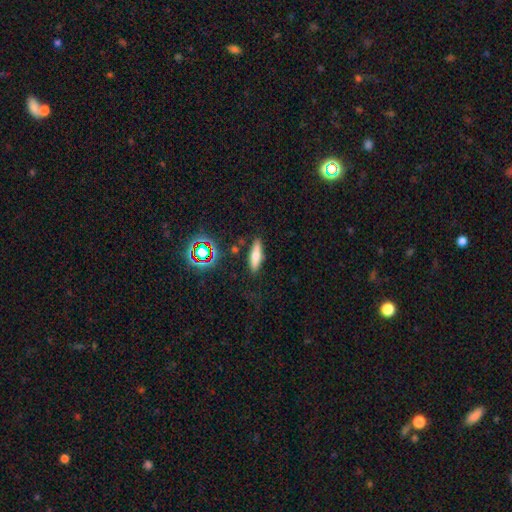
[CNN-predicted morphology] Overall: smooth (59%; featured or disk 29%). How rounded: cigar-shaped (61%; in between 35%). Merging: none (84%).